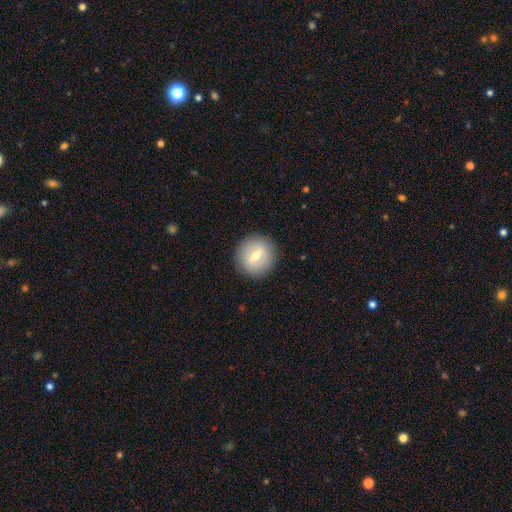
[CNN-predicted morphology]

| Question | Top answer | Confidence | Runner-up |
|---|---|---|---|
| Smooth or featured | smooth | 61% | featured or disk (31%) |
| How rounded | round | 92% | in between (7%) |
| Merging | none | 90% | minor disturbance (6%) |